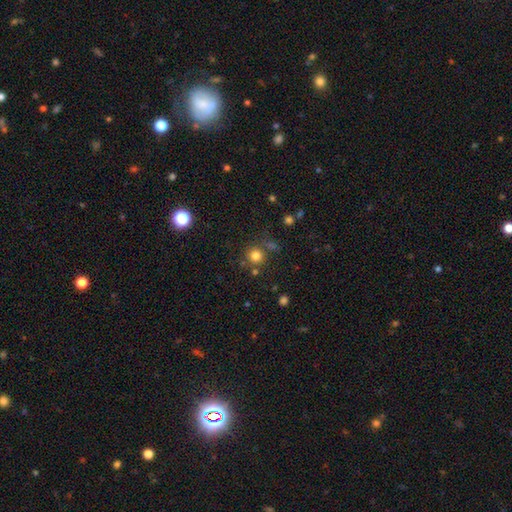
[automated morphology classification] Q: Smooth or featured?
A: smooth (79%); runner-up: star or artifact (15%)
Q: How rounded?
A: round (93%); runner-up: in between (6%)
Q: Merging?
A: none (78%); runner-up: merger (10%)